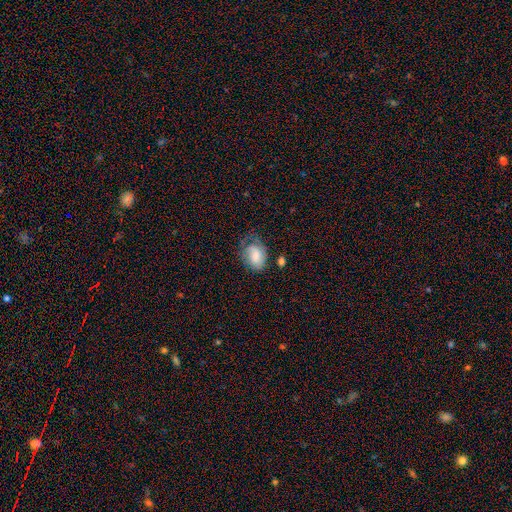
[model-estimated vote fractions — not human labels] Morphology: type=smooth (63%); roundness=in between (77%); merging=none (42%).